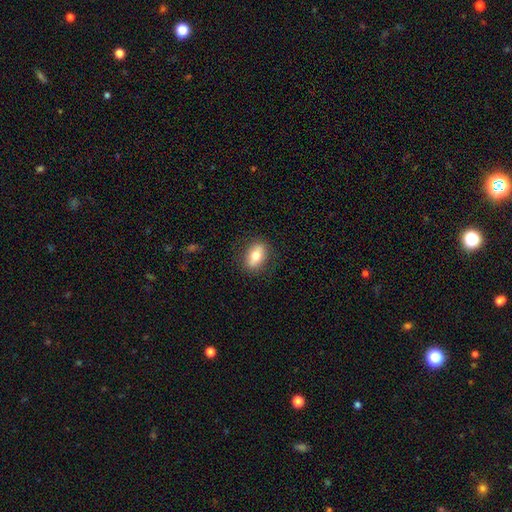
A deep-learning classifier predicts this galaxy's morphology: The model was most divided on "smooth or featured": smooth: 69%, featured or disk: 24%, star or artifact: 7%. More confident: merging — none (85%); how rounded — in between (82%).